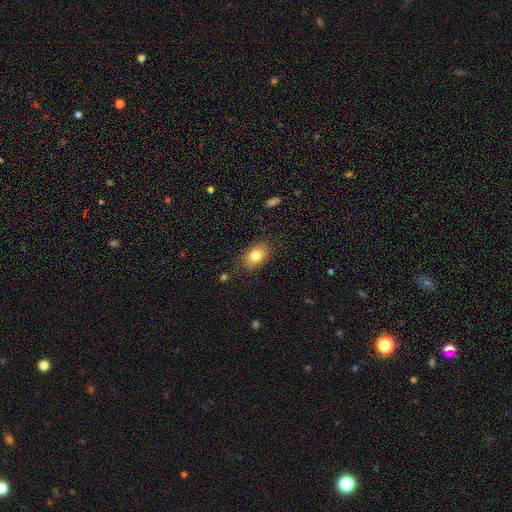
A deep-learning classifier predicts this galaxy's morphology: Overall: smooth (81%). How rounded: in between (83%). Merging: none (79%).